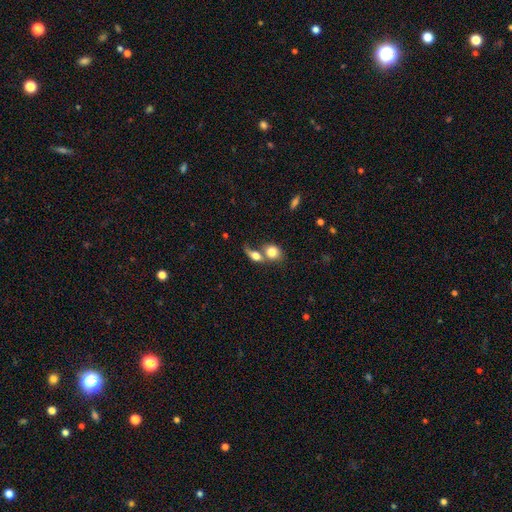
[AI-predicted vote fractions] Q: Smooth or featured?
A: smooth (68%); runner-up: featured or disk (22%)
Q: How rounded?
A: in between (53%); runner-up: round (37%)
Q: Merging?
A: merger (61%); runner-up: none (22%)